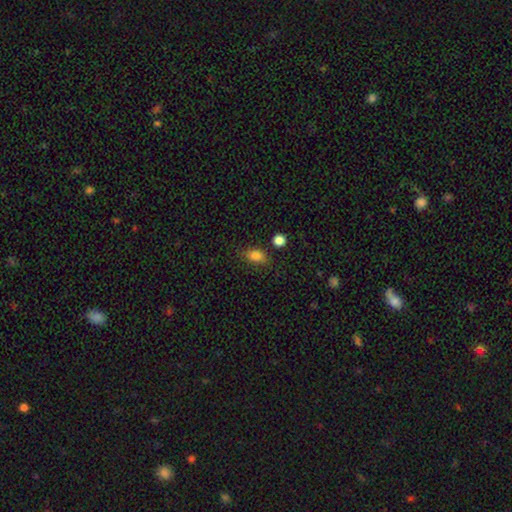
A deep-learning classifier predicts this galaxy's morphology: Smooth or featured? smooth (83%)
How rounded? in between (78%)
Merging? none (75%)